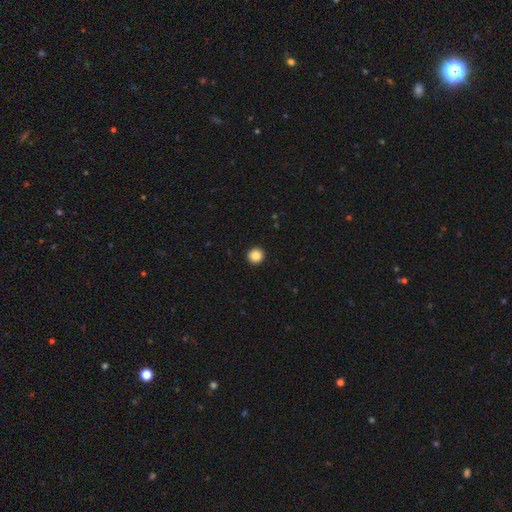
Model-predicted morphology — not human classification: Overall: smooth (86%). How rounded: round (95%). Merging: none (94%).